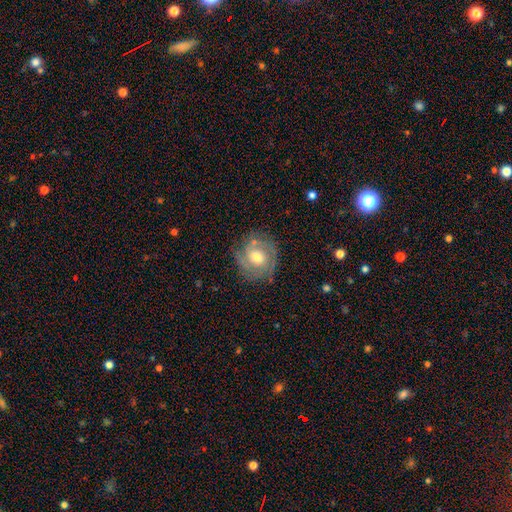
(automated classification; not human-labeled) smooth-or-featured: featured or disk: 69% | smooth: 24% | star or artifact: 7%
  disk-edge-on: no: 97% | yes: 3%
    bar: no: 64% | weak: 30% | strong: 6%
    has-spiral-arms: yes: 84% | no: 16%
      spiral-winding: tight: 57% | medium: 33% | loose: 10%
      spiral-arm-count: 2: 53% | can't tell: 25% | 3: 11% | 1: 6% | 4: 3% | more than 4: 3%
    bulge-size: moderate: 71% | small: 19% | large: 8% | none: 1% | dominant: 1%
  merging: none: 75% | minor disturbance: 17% | major disturbance: 6% | merger: 2%